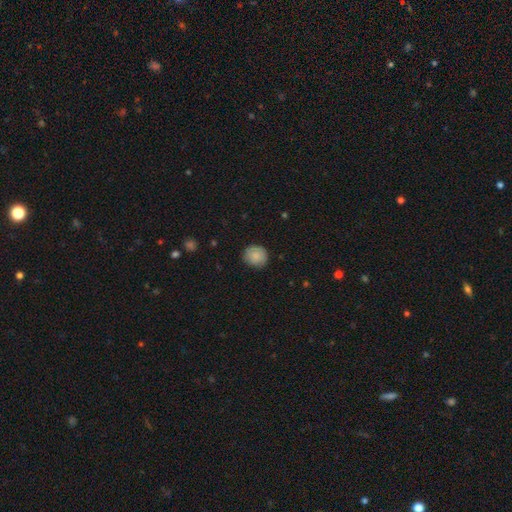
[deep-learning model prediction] Q: Smooth or featured?
A: smooth (86%); runner-up: star or artifact (7%)
Q: How rounded?
A: round (86%); runner-up: in between (13%)
Q: Merging?
A: none (86%); runner-up: minor disturbance (10%)